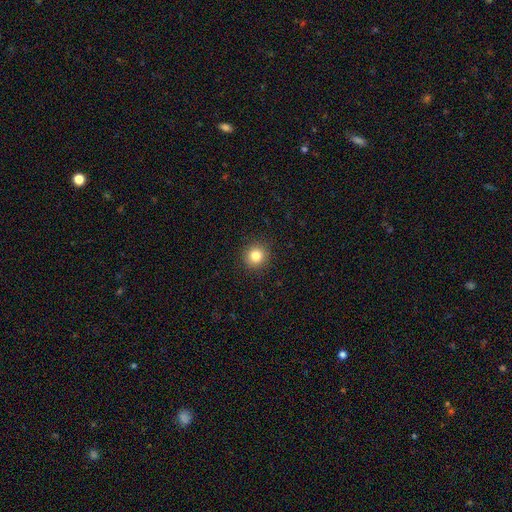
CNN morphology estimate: smooth-or-featured: smooth: 83% | star or artifact: 12% | featured or disk: 6%
  how-rounded: round: 92% | in between: 7% | cigar-shaped: 1%
  merging: none: 92% | minor disturbance: 5% | major disturbance: 2% | merger: 1%